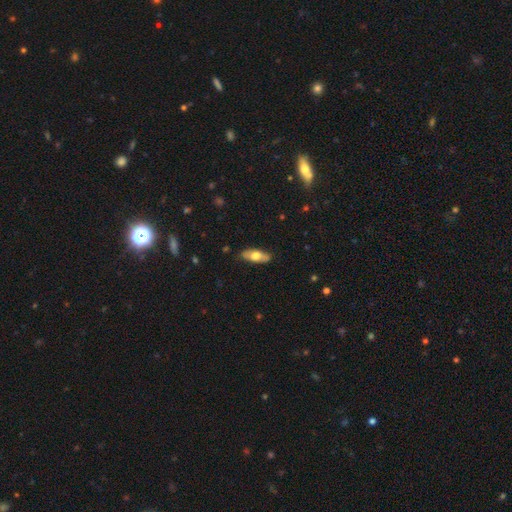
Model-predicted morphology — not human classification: type=smooth (62%); roundness=in between (71%); merging=none (86%).